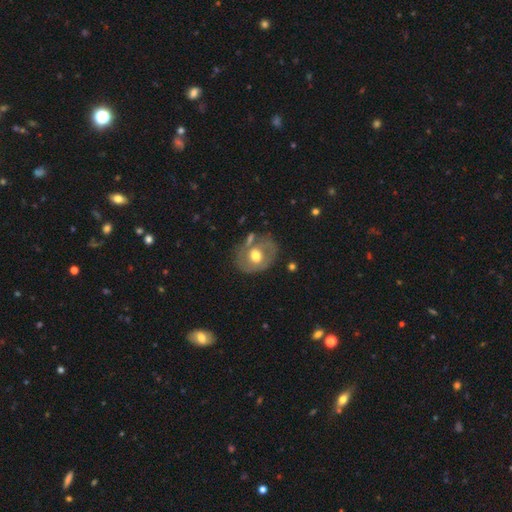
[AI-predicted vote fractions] Smooth or featured? featured or disk (48%)
Merging? none (60%)